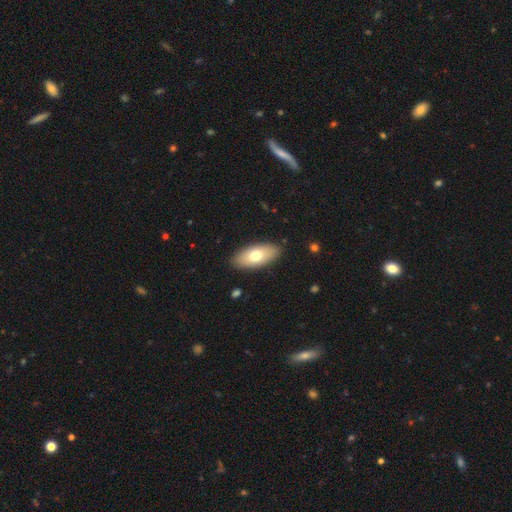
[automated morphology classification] This is likely a smooth galaxy (70%). How rounded: clearly in between (90%). Merging: clearly none (89%).